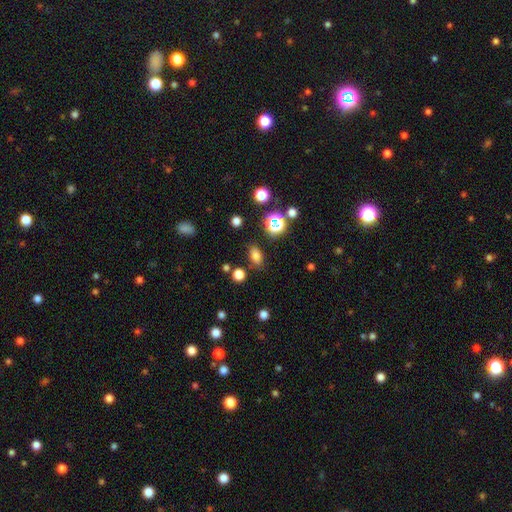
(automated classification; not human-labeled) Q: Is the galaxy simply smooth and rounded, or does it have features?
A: smooth — 74%.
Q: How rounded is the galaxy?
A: in between — 79%.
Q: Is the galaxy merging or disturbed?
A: none — 81%.